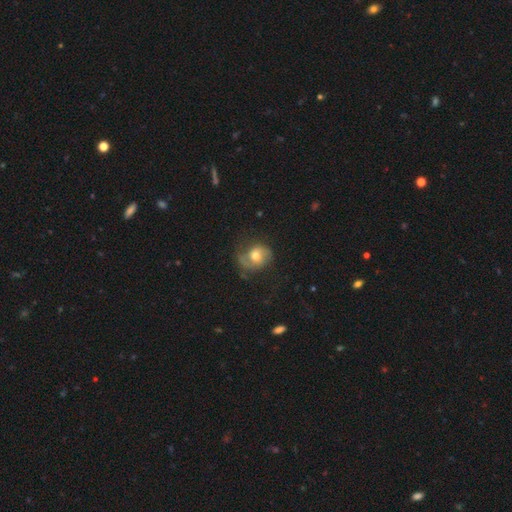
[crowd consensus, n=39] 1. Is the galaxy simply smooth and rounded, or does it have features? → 69% featured or disk, 28% smooth, 3% star or artifact.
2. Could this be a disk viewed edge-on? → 93% no, 7% yes.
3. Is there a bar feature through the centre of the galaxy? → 56% no, 36% weak, 8% strong.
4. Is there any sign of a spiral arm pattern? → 84% yes, 16% no.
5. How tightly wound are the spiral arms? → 57% medium, 29% loose, 14% tight.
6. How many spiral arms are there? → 86% 2, 10% 1, 5% can't tell, 0% 3, 0% 4, 0% more than 4.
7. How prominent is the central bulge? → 64% moderate, 20% large, 16% small, 0% dominant, 0% none.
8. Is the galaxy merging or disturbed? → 58% none, 29% minor disturbance, 11% major disturbance, 3% merger.